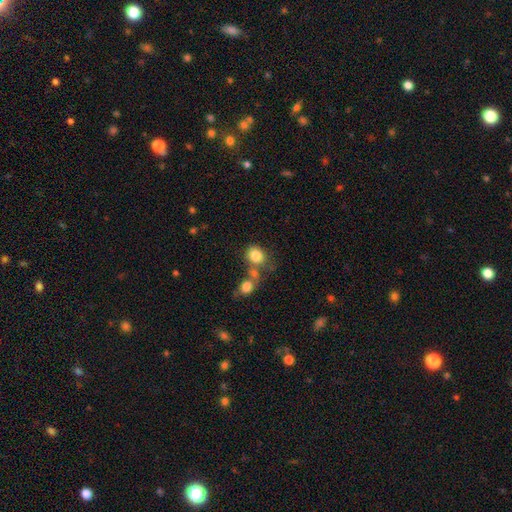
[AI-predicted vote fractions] Morphology: type=smooth (82%); roundness=round (60%); merging=none (43%).